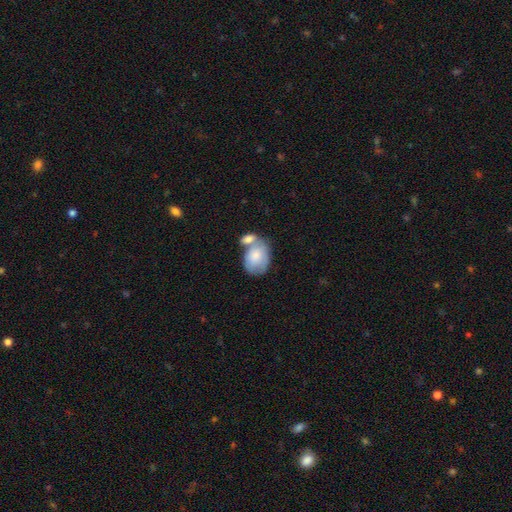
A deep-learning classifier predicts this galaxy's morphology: The model was most divided on "merging": merger: 53%, none: 25%, minor disturbance: 15%, major disturbance: 7%. More confident: smooth or featured — smooth (76%); how rounded — in between (75%).